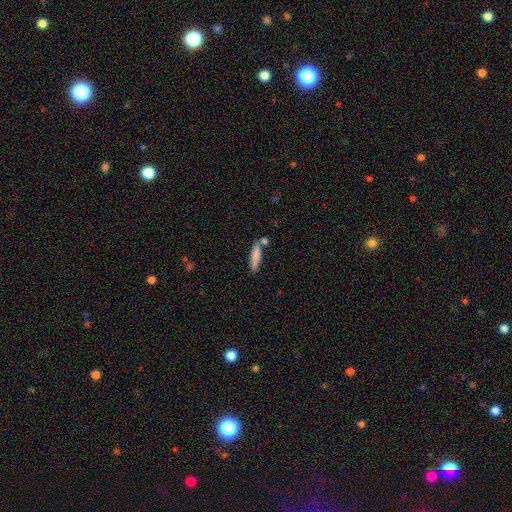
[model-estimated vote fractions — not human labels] A smooth galaxy with no disk features (81%) that is cigar-shaped (80%).

Vote fractions:
- Smooth or featured? smooth: 81% / featured or disk: 12% / star or artifact: 7%
- How rounded? cigar-shaped: 80% / in between: 18% / round: 2%
- Merging? none: 71% / minor disturbance: 13% / merger: 13% / major disturbance: 3%